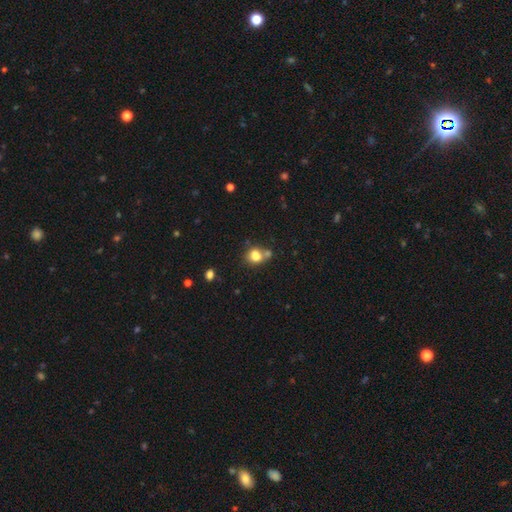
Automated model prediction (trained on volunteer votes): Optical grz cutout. It shows a smooth galaxy with no disk features (78%) that is round (63%). Merging: none (49%).